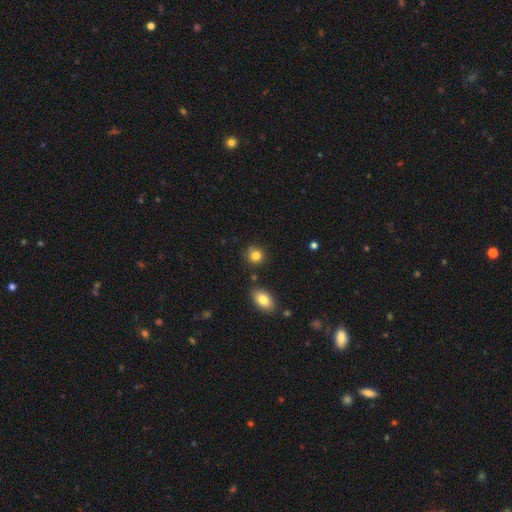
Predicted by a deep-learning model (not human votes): Smooth or featured?
  - smooth: 83% *
  - star or artifact: 11%
  - featured or disk: 7%
How rounded?
  - round: 80% *
  - in between: 19%
  - cigar-shaped: 1%
Merging?
  - none: 78% *
  - minor disturbance: 13%
  - merger: 5%
  - major disturbance: 3%